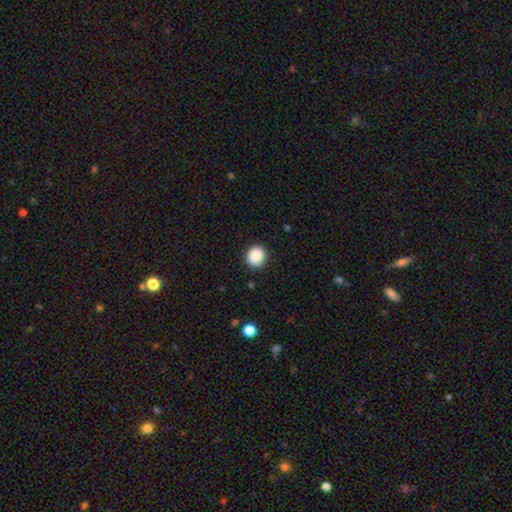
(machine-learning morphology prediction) Overall: smooth (88%). How rounded: round (78%). Merging: none (89%).